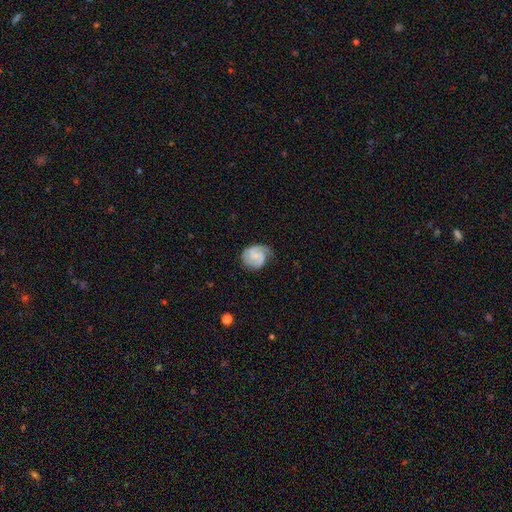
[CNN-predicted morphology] featured or disk 70%, smooth 24%, star or artifact 6%. Down the decision tree: edge-on disk — no (98%); bar — no (55%); spiral arms — yes (95%); spiral arm count — 2 (59%); spiral winding — tight (47%); bulge size — small (49%); merging — none (62%).